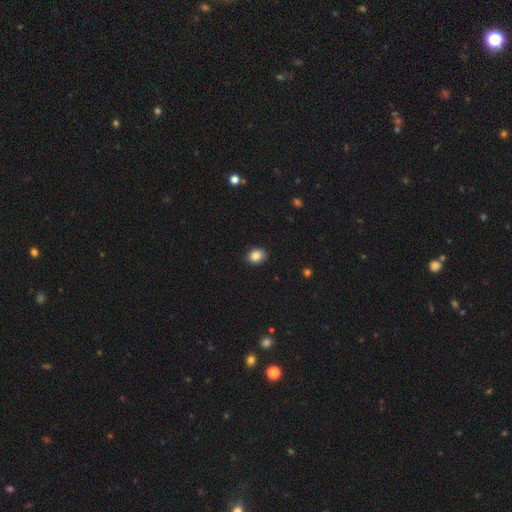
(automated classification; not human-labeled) smooth-or-featured: smooth: 86% | star or artifact: 9% | featured or disk: 4%
  how-rounded: round: 60% | in between: 40% | cigar-shaped: 1%
  merging: none: 85% | minor disturbance: 11% | major disturbance: 2% | merger: 1%